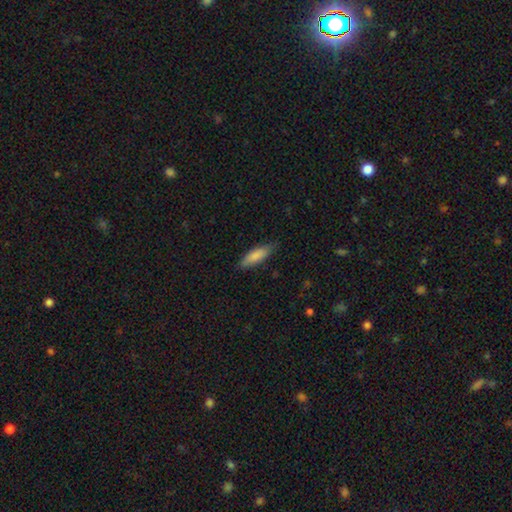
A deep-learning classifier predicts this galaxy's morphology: Smooth or featured? smooth (83%)
How rounded? in between (51%)
Merging? none (76%)